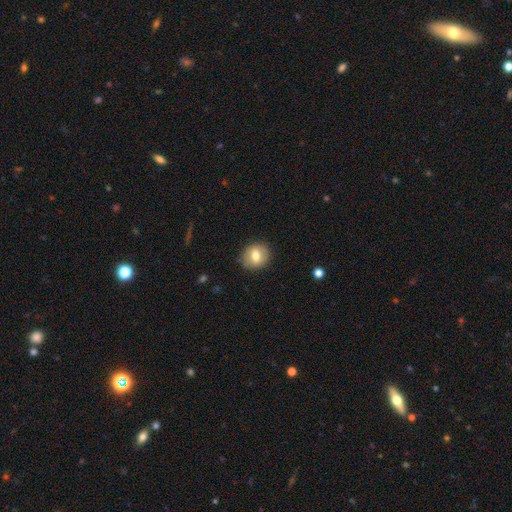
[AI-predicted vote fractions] Smooth or featured? Predicted: smooth (p=0.71). How rounded? Predicted: round (p=0.73). Merging? Predicted: none (p=0.86).